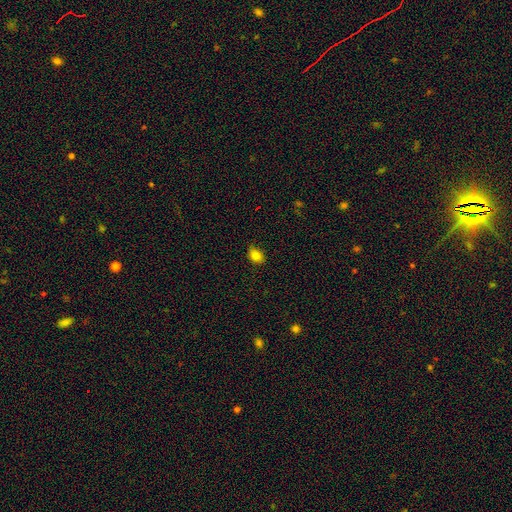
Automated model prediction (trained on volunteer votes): This is clearly a smooth galaxy (83%). How rounded: likely in between (65%). Merging: likely none (77%).